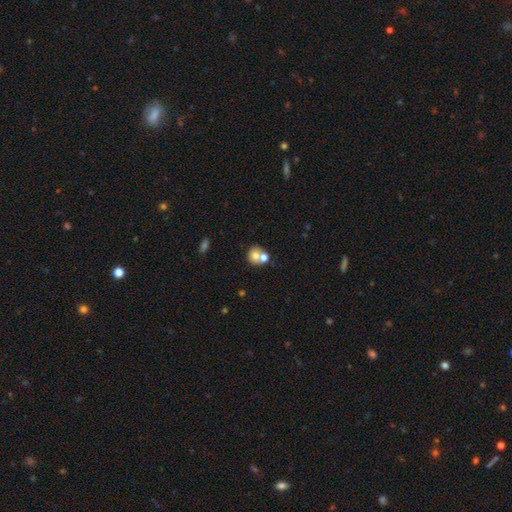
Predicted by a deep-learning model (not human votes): Morphology: type=smooth (69%); roundness=round (81%); merging=merger (47%).